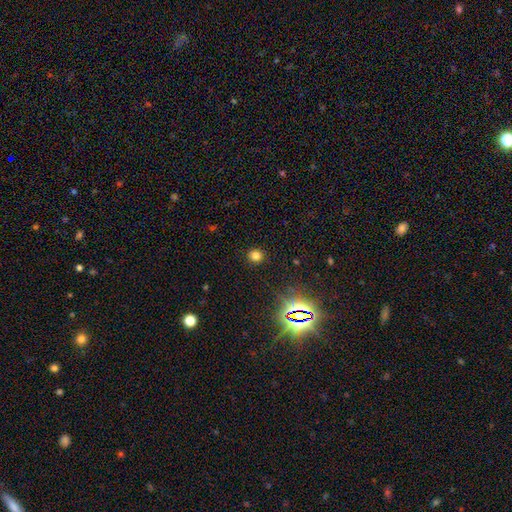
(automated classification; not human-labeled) smooth_or_featured: smooth (p=0.76) [alt: star or artifact p=0.19]
how_rounded: round (p=0.88) [alt: in between p=0.11]
merging: none (p=0.90) [alt: minor disturbance p=0.06]